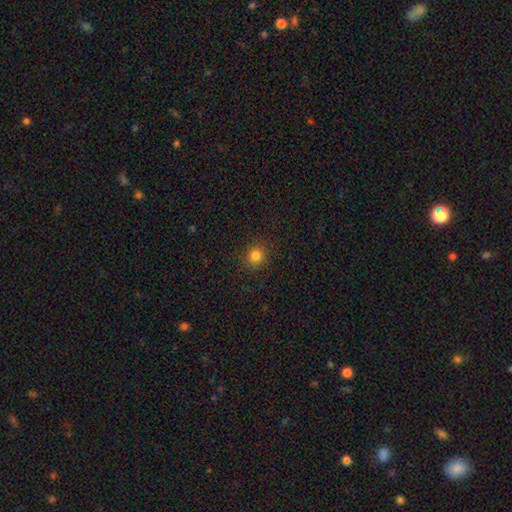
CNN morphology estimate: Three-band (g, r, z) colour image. It shows a smooth galaxy with no disk features (82%) that is round (90%). Merging: none (91%).